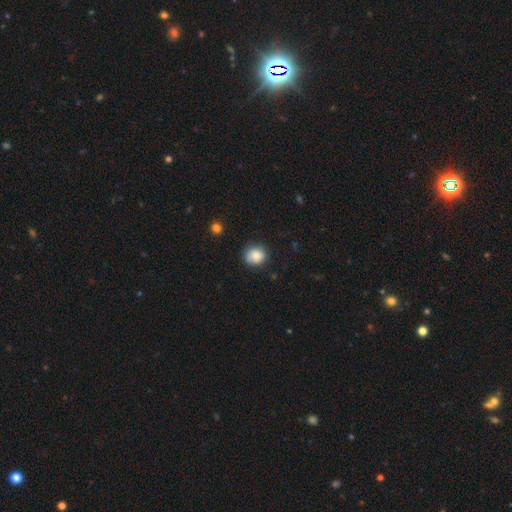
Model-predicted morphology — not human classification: smooth 84%, star or artifact 9%, featured or disk 7%. Down the decision tree: how rounded — round (76%); merging — none (73%).